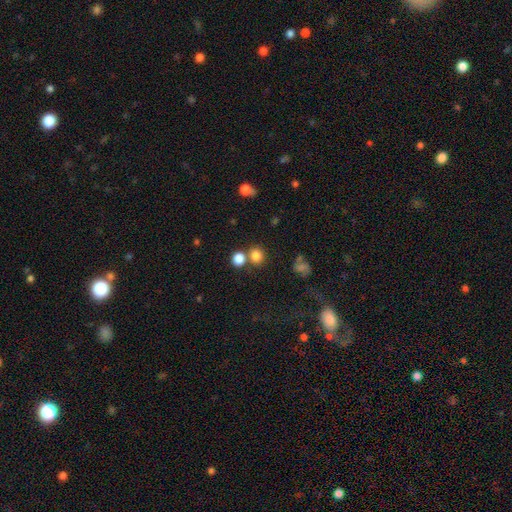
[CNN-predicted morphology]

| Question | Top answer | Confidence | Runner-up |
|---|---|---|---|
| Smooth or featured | smooth | 81% | star or artifact (14%) |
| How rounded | round | 83% | in between (16%) |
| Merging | none | 65% | merger (23%) |